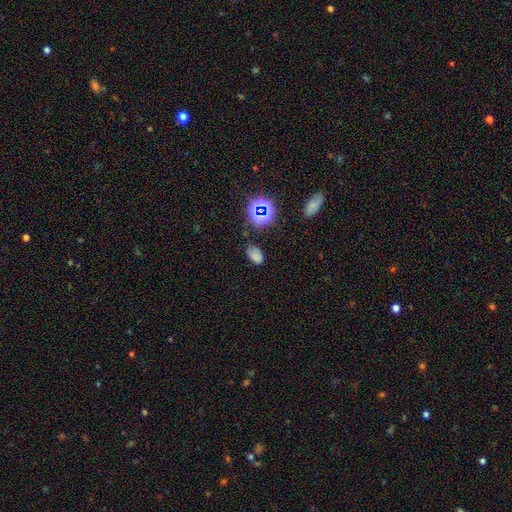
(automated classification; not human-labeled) This appears to be a smooth galaxy with no disk features (64%) that is in between round and cigar-shaped (88%). Merging: none (60%).